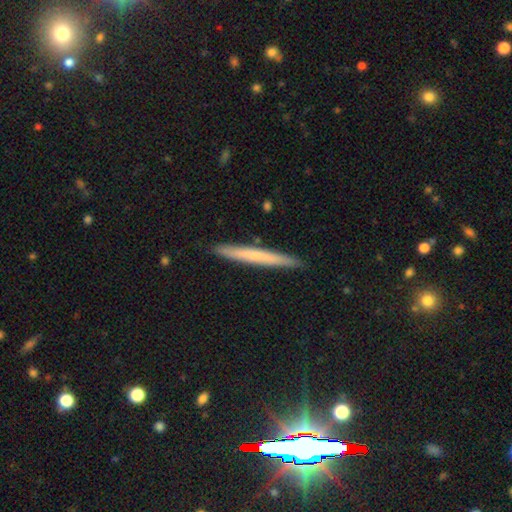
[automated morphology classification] smooth-or-featured: smooth: 55% | featured or disk: 39% | star or artifact: 6%
  how-rounded: cigar-shaped: 97% | in between: 2% | round: 1%
  merging: none: 91% | minor disturbance: 6% | major disturbance: 1% | merger: 1%